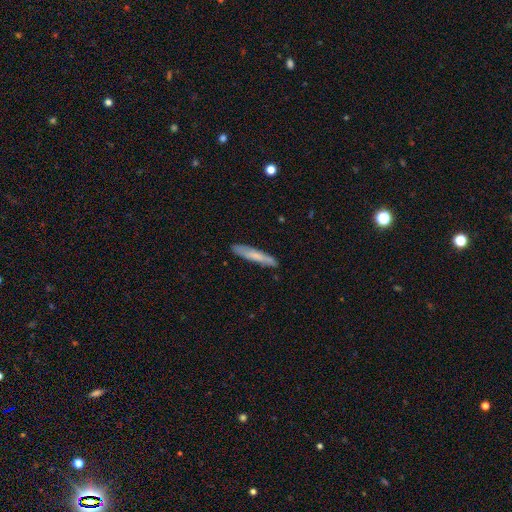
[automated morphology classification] A smooth galaxy with no disk features (68%) that is cigar-shaped (92%). Merging: none (84%).